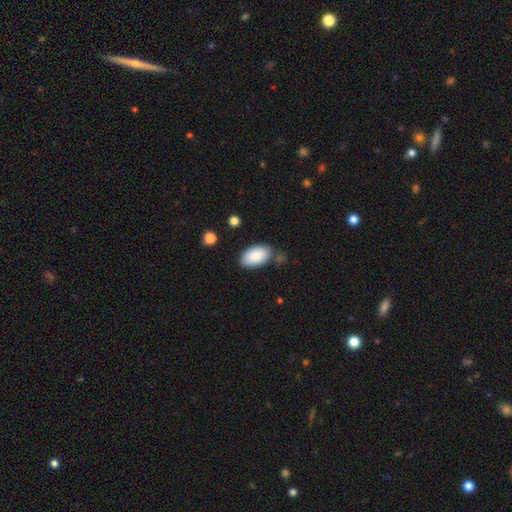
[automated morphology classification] A smooth galaxy with no disk features (88%) that is in between round and cigar-shaped (95%). Merging: none (73%).